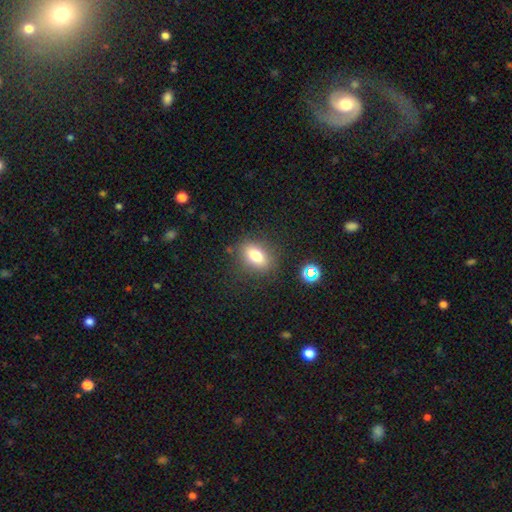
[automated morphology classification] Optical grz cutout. It shows a smooth galaxy with no disk features (75%) that is in between round and cigar-shaped (74%). Merging: none (82%).